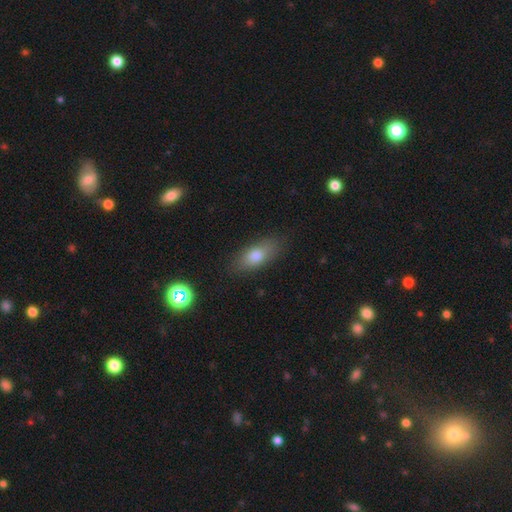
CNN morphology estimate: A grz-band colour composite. It shows a smooth galaxy with no disk features (76%) that is in between round and cigar-shaped (79%). Merging: none (81%).